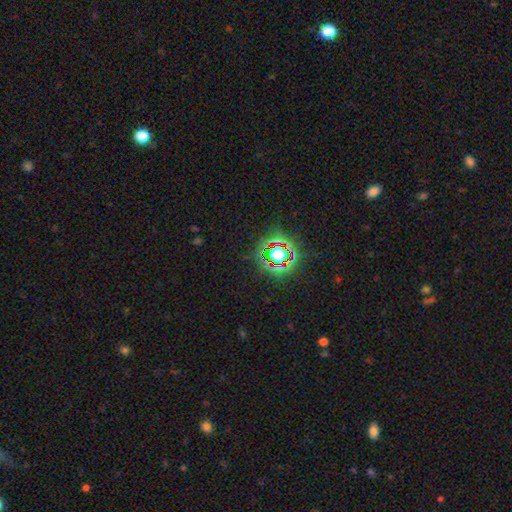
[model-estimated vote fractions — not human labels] Q: Smooth or featured?
A: star or artifact (79%); runner-up: smooth (13%)